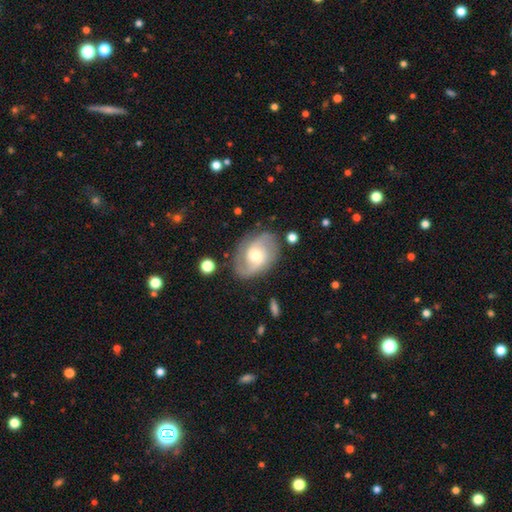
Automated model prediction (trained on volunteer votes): A featured or disk galaxy (77%) with no bar (54%), 2 (79%) medium (48%) spiral arms (93%) and a moderate central bulge (61%).

Vote fractions:
- Smooth or featured? featured or disk: 77% / smooth: 17% / star or artifact: 6%
- Edge-on disk? no: 97% / yes: 3%
- Bar? no: 54% / weak: 39% / strong: 8%
- Spiral arms? yes: 93% / no: 7%
- Spiral winding? medium: 48% / tight: 28% / loose: 24%
- Spiral arm count? 2: 79% / can't tell: 10% / 3: 5% / 1: 4% / 4: 2% / more than 4: 1%
- Bulge size? moderate: 61% / small: 30% / large: 7% / none: 1% / dominant: 1%
- Merging? none: 77% / minor disturbance: 15% / major disturbance: 6% / merger: 2%